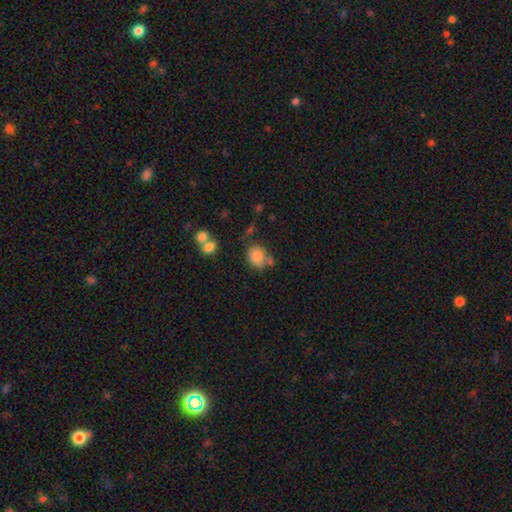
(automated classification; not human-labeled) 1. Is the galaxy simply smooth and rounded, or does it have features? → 80% smooth, 10% featured or disk, 10% star or artifact.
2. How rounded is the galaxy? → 50% in between, 49% round, 1% cigar-shaped.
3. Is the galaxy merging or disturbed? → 52% none, 22% minor disturbance, 18% merger, 8% major disturbance.